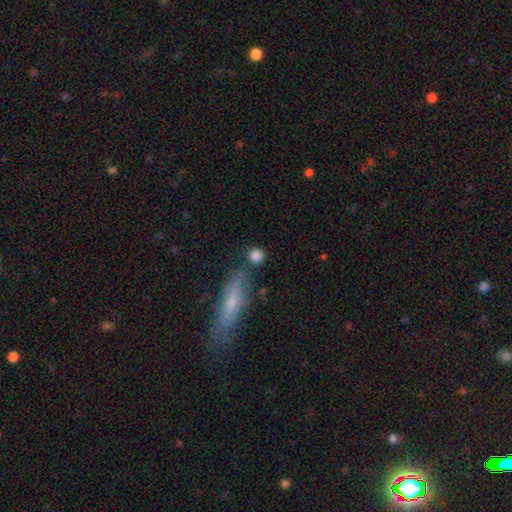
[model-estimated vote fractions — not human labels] The model was most divided on "merging": none: 73%, minor disturbance: 12%, merger: 10%, major disturbance: 5%. More confident: how rounded — round (85%); smooth or featured — smooth (84%).